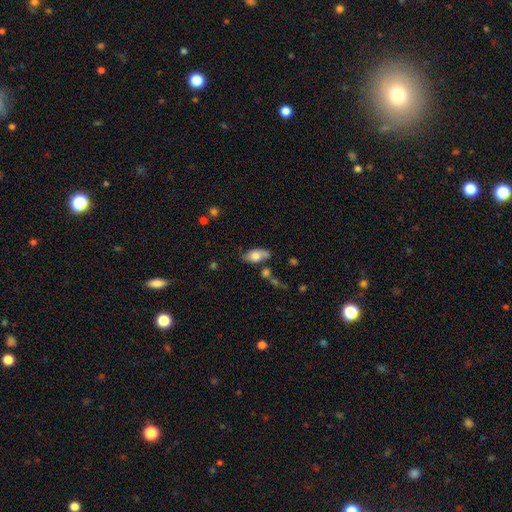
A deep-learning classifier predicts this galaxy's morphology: smooth_or_featured: smooth (p=0.58) [alt: featured or disk p=0.34]
how_rounded: in between (p=0.87) [alt: cigar-shaped p=0.07]
merging: none (p=0.57) [alt: minor disturbance p=0.24]